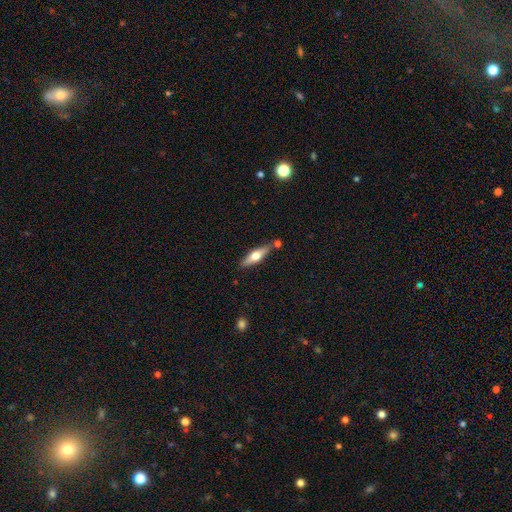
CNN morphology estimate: Q: Smooth or featured?
A: featured or disk (51%); runner-up: smooth (43%)
Q: Edge-on disk?
A: yes (92%); runner-up: no (8%)
Q: Merging?
A: none (77%); runner-up: minor disturbance (12%)